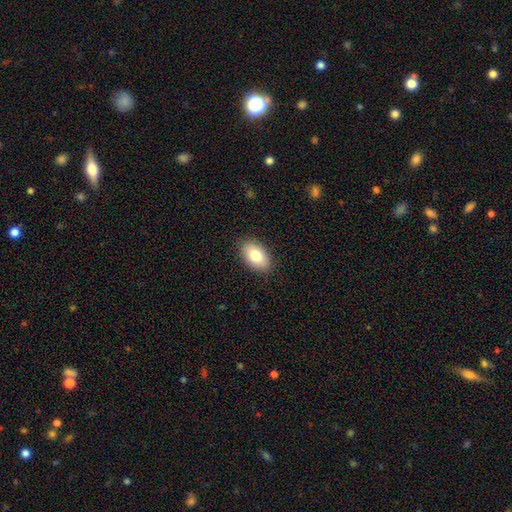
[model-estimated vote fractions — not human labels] A smooth galaxy with no disk features (80%) that is in between round and cigar-shaped (92%).

Vote fractions:
- Smooth or featured? smooth: 80% / featured or disk: 13% / star or artifact: 7%
- How rounded? in between: 92% / round: 7% / cigar-shaped: 1%
- Merging? none: 88% / minor disturbance: 9% / major disturbance: 2% / merger: 1%